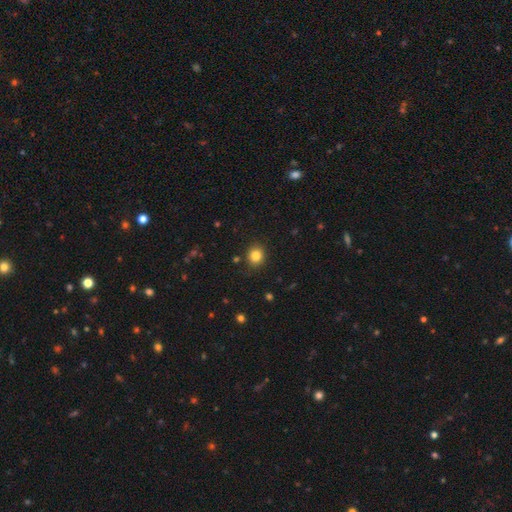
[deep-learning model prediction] A smooth galaxy with no disk features (83%) that is round (82%).

Vote fractions:
- Smooth or featured? smooth: 83% / star or artifact: 11% / featured or disk: 5%
- How rounded? round: 82% / in between: 17% / cigar-shaped: 1%
- Merging? none: 89% / minor disturbance: 8% / major disturbance: 2% / merger: 2%